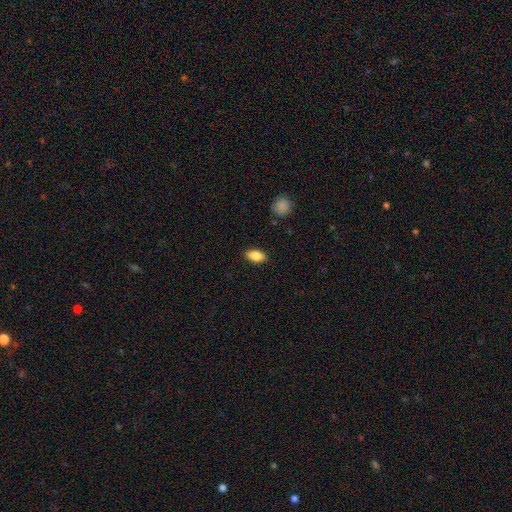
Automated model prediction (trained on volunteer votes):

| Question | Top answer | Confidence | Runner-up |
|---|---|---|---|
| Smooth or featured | smooth | 86% | star or artifact (8%) |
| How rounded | in between | 91% | cigar-shaped (5%) |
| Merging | none | 88% | minor disturbance (9%) |